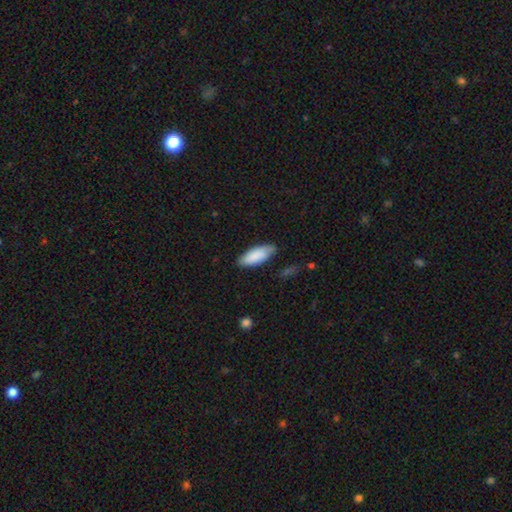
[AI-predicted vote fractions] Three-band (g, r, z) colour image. It shows a smooth galaxy with no disk features (86%) that is in between round and cigar-shaped (77%). Merging: none (81%).